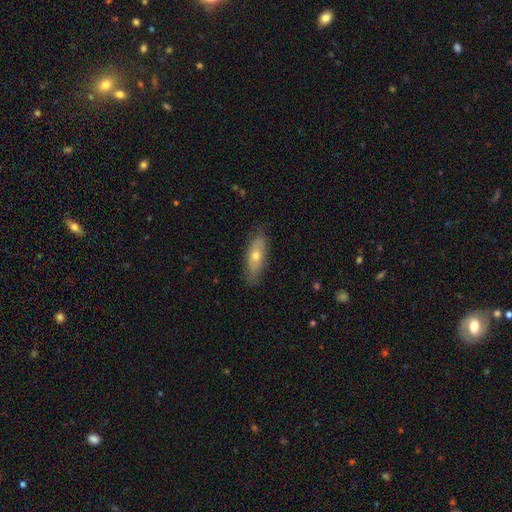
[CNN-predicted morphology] smooth 55%, featured or disk 38%, star or artifact 7%. Down the decision tree: how rounded — in between (58%); merging — none (82%).